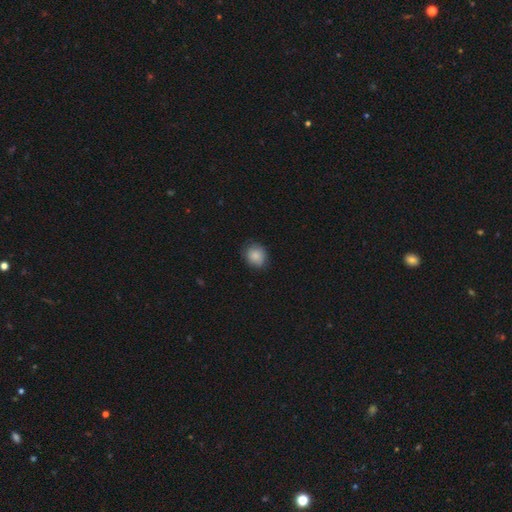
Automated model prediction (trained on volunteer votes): Smooth or featured? smooth (85%)
How rounded? round (71%)
Merging? none (80%)